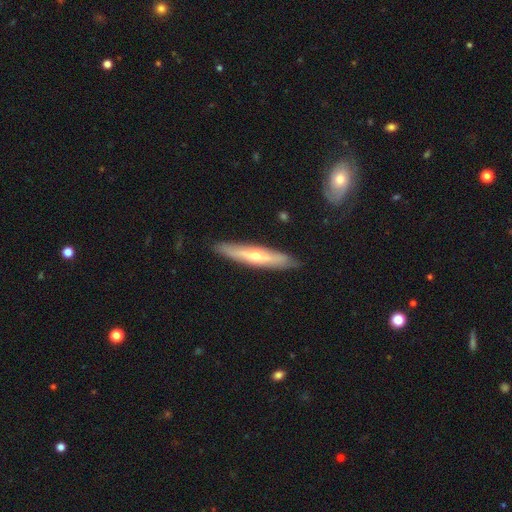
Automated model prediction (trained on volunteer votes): Smooth or featured: featured or disk — 61% (smooth — 34%)
Edge-on disk: yes — 84% (no — 16%)
Edge-on bulge: rounded — 83% (none — 14%)
Merging: none — 88% (minor disturbance — 9%)